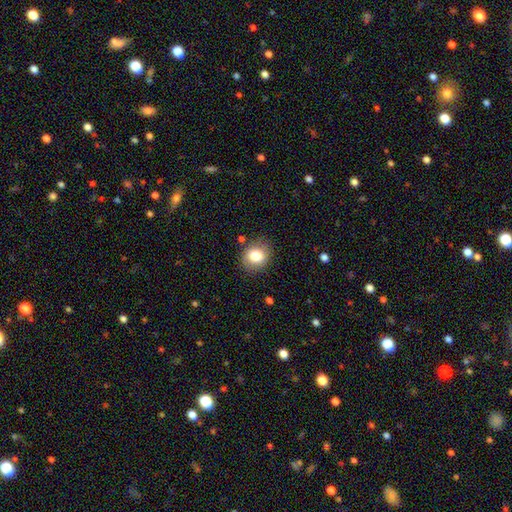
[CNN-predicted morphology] Smooth or featured?
  - smooth: 80% *
  - featured or disk: 10%
  - star or artifact: 9%
How rounded?
  - round: 67% *
  - in between: 33%
  - cigar-shaped: 1%
Merging?
  - none: 83% *
  - minor disturbance: 12%
  - major disturbance: 3%
  - merger: 2%